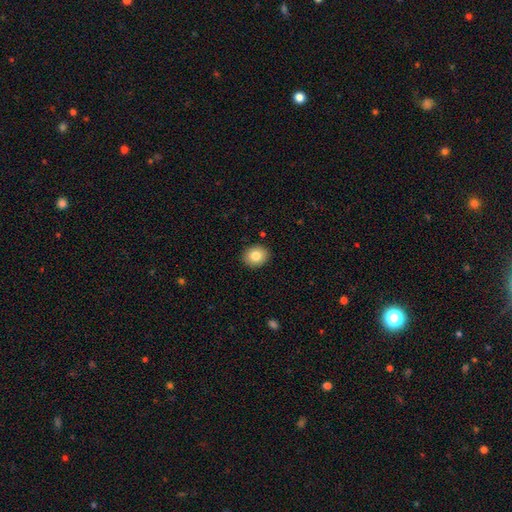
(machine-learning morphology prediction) A smooth galaxy with no disk features (82%) that is round (65%). Merging: none (91%).